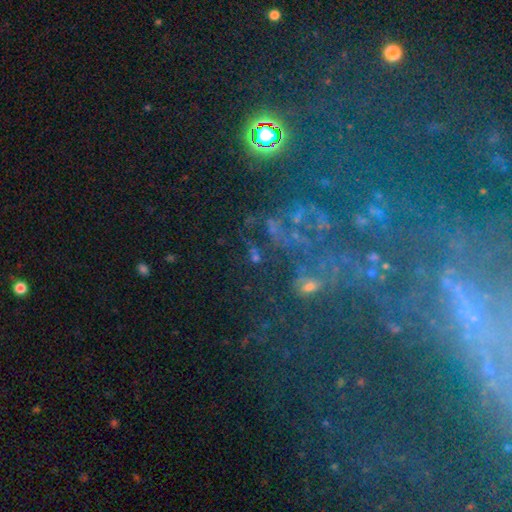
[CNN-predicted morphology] The model was most divided on "smooth or featured": star or artifact: 42%, featured or disk: 36%, smooth: 22%.